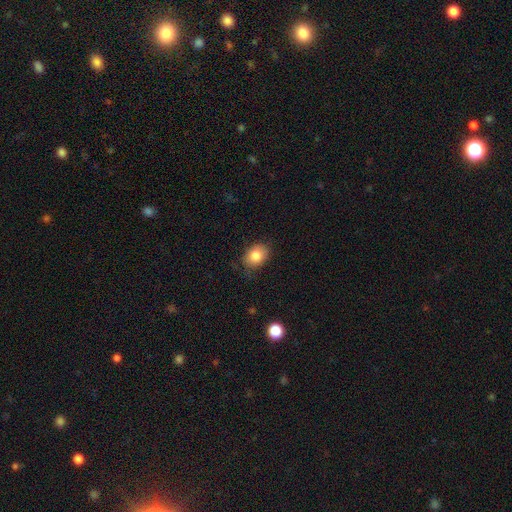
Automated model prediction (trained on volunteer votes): smooth 83%, star or artifact 9%, featured or disk 8%. Down the decision tree: how rounded — in between (64%); merging — none (79%).